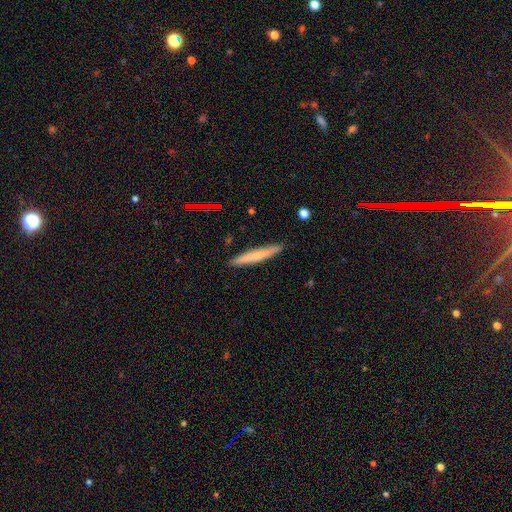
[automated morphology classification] type=smooth (63%); roundness=cigar-shaped (95%); merging=none (89%).